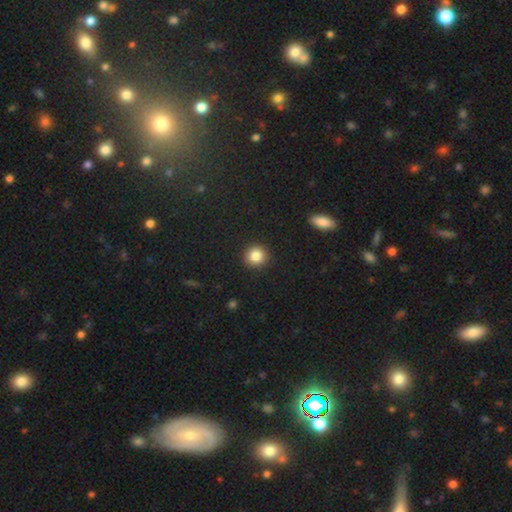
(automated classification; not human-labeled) Q: Smooth or featured?
A: smooth (85%); runner-up: star or artifact (10%)
Q: How rounded?
A: round (90%); runner-up: in between (9%)
Q: Merging?
A: none (89%); runner-up: minor disturbance (8%)